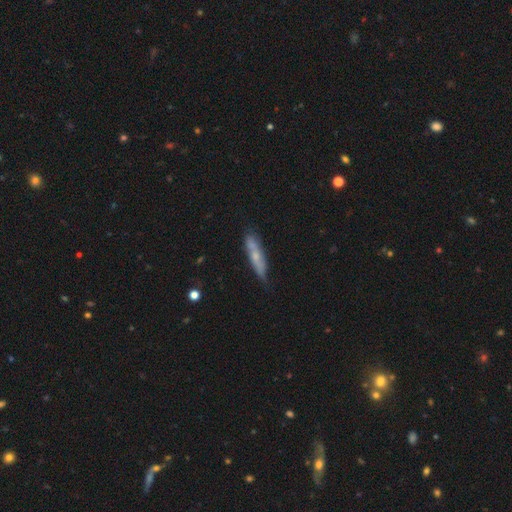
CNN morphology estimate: Smooth or featured? Predicted: smooth (p=0.49). Merging? Predicted: none (p=0.67).